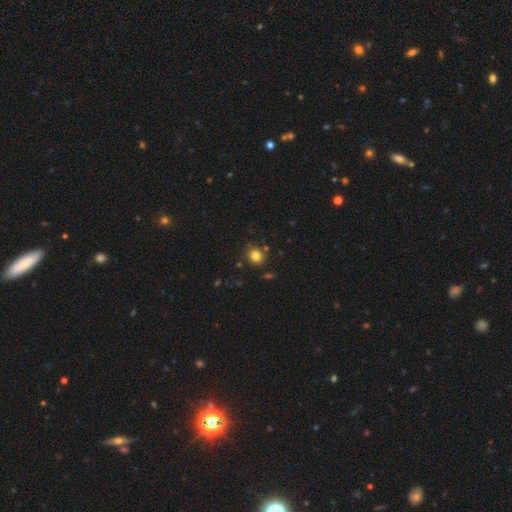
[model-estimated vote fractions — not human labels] This appears to be a smooth galaxy with no disk features (82%) that is round (75%). Merging: none (81%).